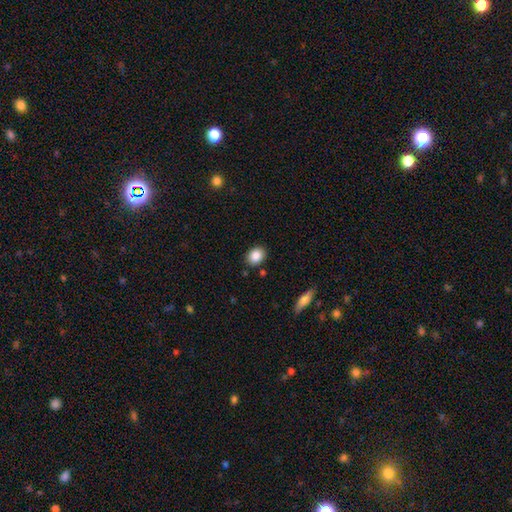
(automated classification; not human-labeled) The model was most divided on "how rounded": in between: 57%, round: 42%, cigar-shaped: 1%. More confident: smooth or featured — smooth (87%); merging — none (86%).